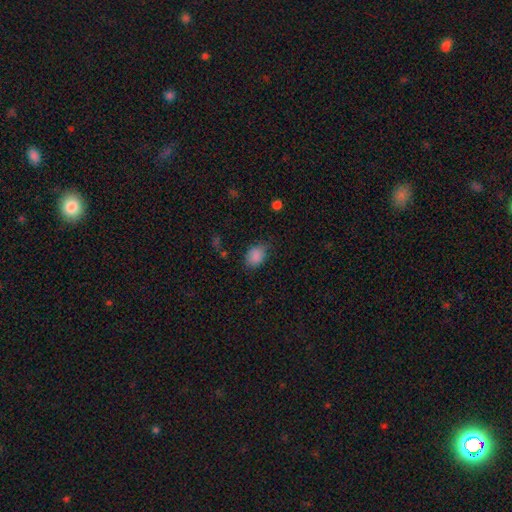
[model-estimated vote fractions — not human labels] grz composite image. It shows a smooth galaxy with no disk features (87%) that is in between round and cigar-shaped (67%). Merging: none (71%).